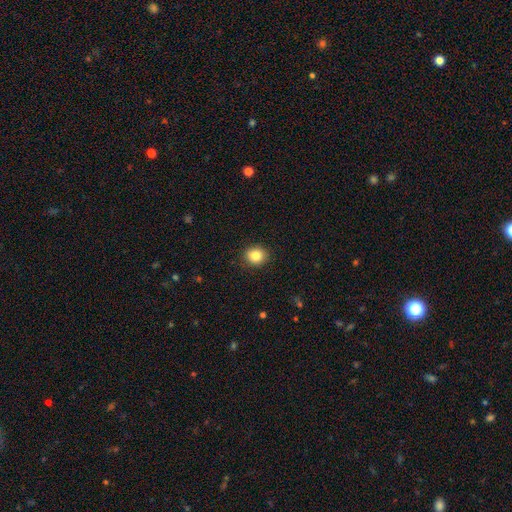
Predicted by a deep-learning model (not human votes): This is clearly a smooth galaxy (84%). How rounded: likely round (74%). Merging: clearly none (90%).